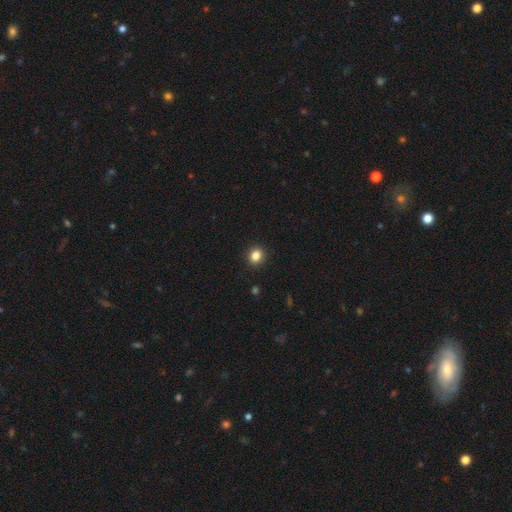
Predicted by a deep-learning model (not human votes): A smooth galaxy with no disk features (84%) that is round (78%).

Vote fractions:
- Smooth or featured? smooth: 84% / star or artifact: 11% / featured or disk: 4%
- How rounded? round: 78% / in between: 21% / cigar-shaped: 1%
- Merging? none: 92% / minor disturbance: 6% / major disturbance: 2% / merger: 1%